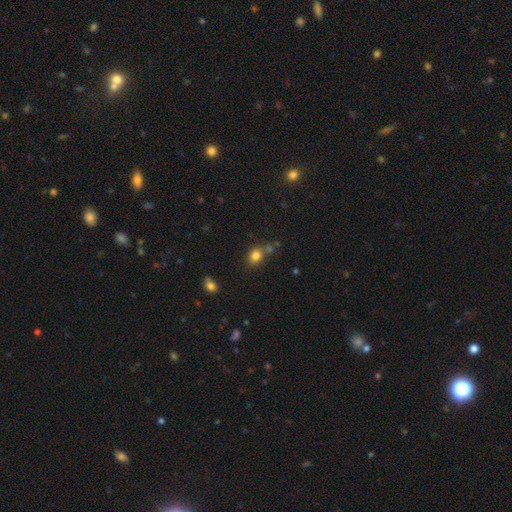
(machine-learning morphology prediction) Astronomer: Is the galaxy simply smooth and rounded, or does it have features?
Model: smooth — 81%.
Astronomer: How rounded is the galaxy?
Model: round — 59% (runner-up: in between, 40%).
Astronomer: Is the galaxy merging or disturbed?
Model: none — 65%.